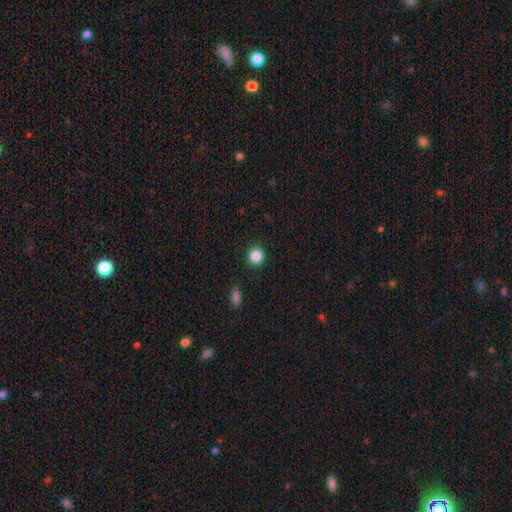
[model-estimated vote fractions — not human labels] Smooth or featured? Predicted: smooth (p=0.86). How rounded? Predicted: round (p=0.90). Merging? Predicted: none (p=0.90).